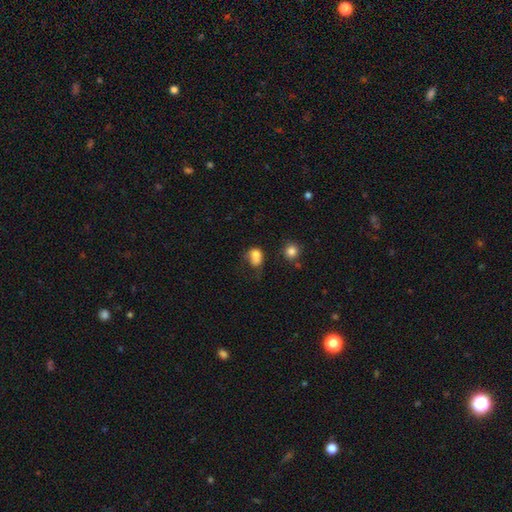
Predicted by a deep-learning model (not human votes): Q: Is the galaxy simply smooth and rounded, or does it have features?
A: smooth — 75%.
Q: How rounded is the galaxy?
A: in between — 57%.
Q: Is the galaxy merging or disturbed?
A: merger — 31%.